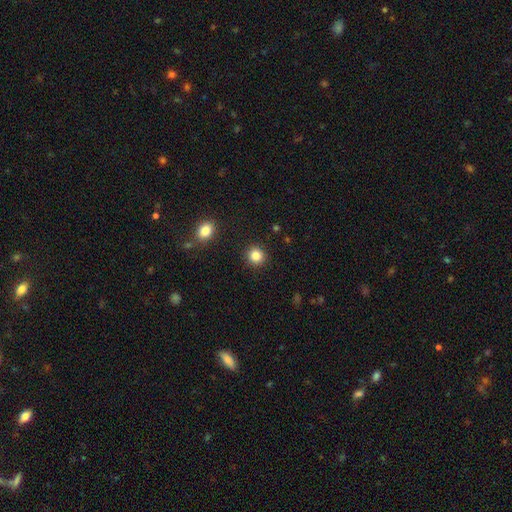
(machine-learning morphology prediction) Smooth or featured? Predicted: smooth (p=0.84). How rounded? Predicted: round (p=0.92). Merging? Predicted: none (p=0.91).